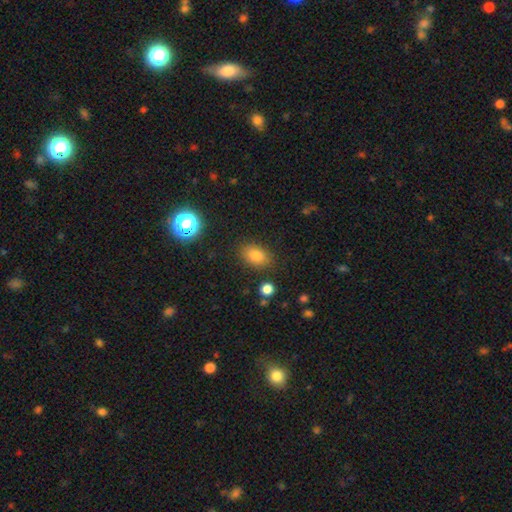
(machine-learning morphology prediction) This appears to be a smooth galaxy with no disk features (79%) that is in between round and cigar-shaped (78%). Merging: none (84%).